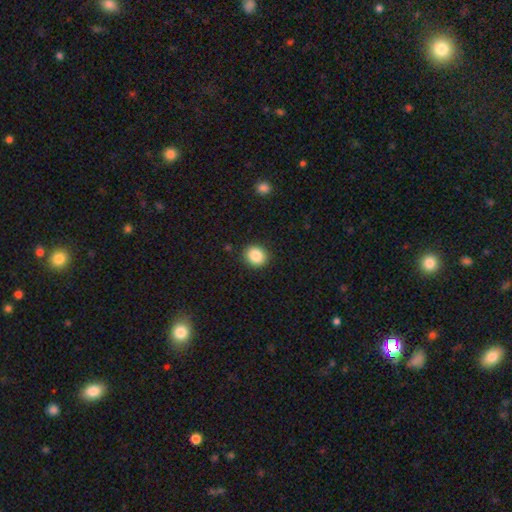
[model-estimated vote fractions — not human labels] Smooth or featured: smooth — 86% (star or artifact — 9%)
How rounded: round — 77% (in between — 22%)
Merging: none — 90% (minor disturbance — 7%)